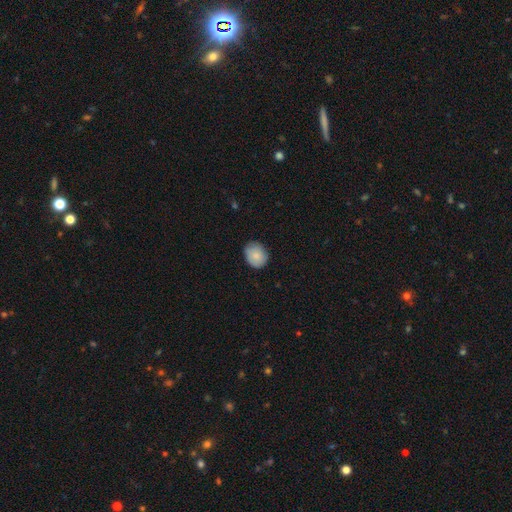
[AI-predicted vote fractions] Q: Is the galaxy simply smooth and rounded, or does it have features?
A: smooth — 85%.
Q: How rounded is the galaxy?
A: round — 61%.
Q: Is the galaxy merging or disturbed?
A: none — 83%.